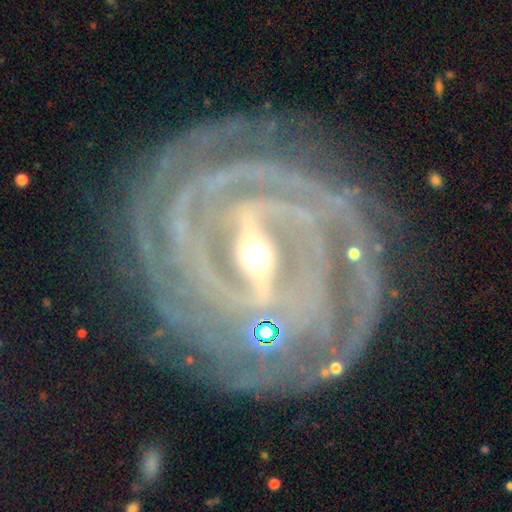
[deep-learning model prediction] Smooth or featured? featured or disk (93%)
Edge-on disk? no (95%)
Bar? strong (82%)
Spiral arms? yes (97%)
Spiral winding? tight (73%)
Spiral arm count? 2 (25%)
Bulge size? moderate (52%)
Merging? none (70%)